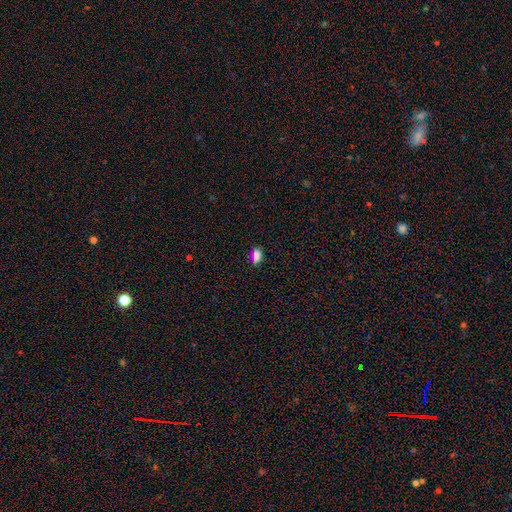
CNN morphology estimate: A smooth galaxy with no disk features (73%) that is in between round and cigar-shaped (73%).

Vote fractions:
- Smooth or featured? smooth: 73% / star or artifact: 21% / featured or disk: 6%
- How rounded? in between: 73% / round: 20% / cigar-shaped: 6%
- Merging? none: 86% / minor disturbance: 10% / major disturbance: 2% / merger: 2%